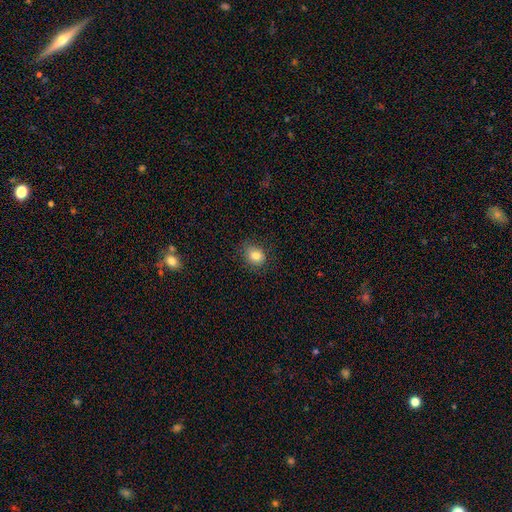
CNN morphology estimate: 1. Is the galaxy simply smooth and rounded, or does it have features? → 83% smooth, 10% star or artifact, 7% featured or disk.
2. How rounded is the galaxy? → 55% round, 44% in between, 1% cigar-shaped.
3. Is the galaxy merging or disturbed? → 80% none, 15% minor disturbance, 4% major disturbance, 1% merger.